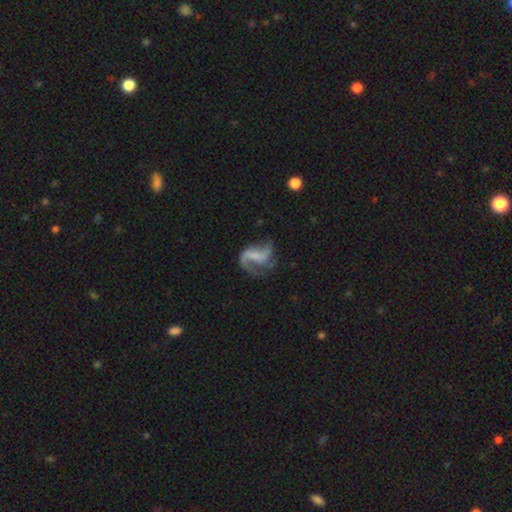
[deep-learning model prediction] Smooth or featured? featured or disk (79%)
Edge-on disk? no (98%)
Bar? weak (42%)
Spiral arms? yes (90%)
Spiral winding? loose (61%)
Spiral arm count? 2 (74%)
Bulge size? none (47%)
Merging? none (47%)